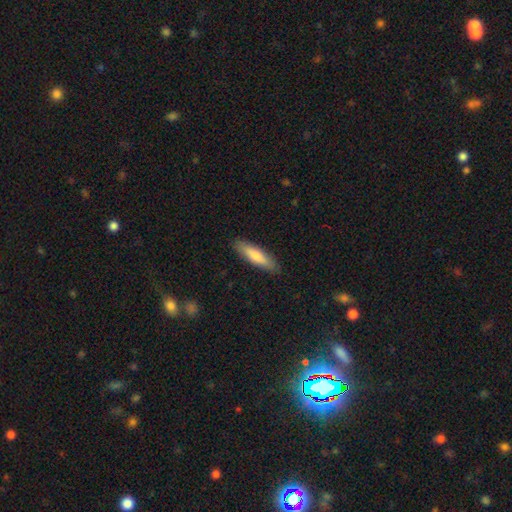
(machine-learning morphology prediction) A smooth galaxy with no disk features (72%) that is cigar-shaped (70%).

Vote fractions:
- Smooth or featured? smooth: 72% / featured or disk: 23% / star or artifact: 5%
- How rounded? cigar-shaped: 70% / in between: 29% / round: 2%
- Merging? none: 89% / minor disturbance: 8% / major disturbance: 2% / merger: 1%